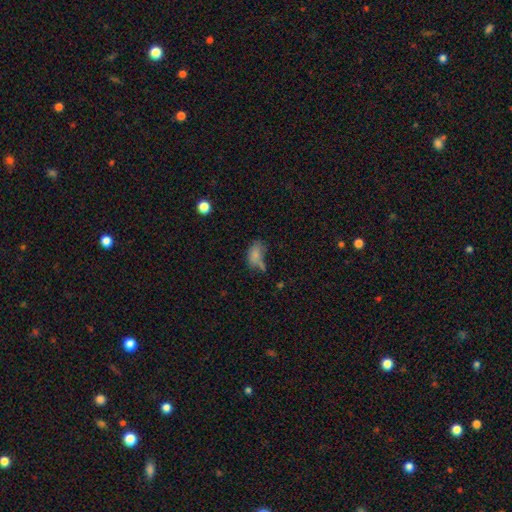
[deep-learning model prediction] A smooth galaxy with no disk features (73%) that is in between round and cigar-shaped (88%). Merging: none (36%).